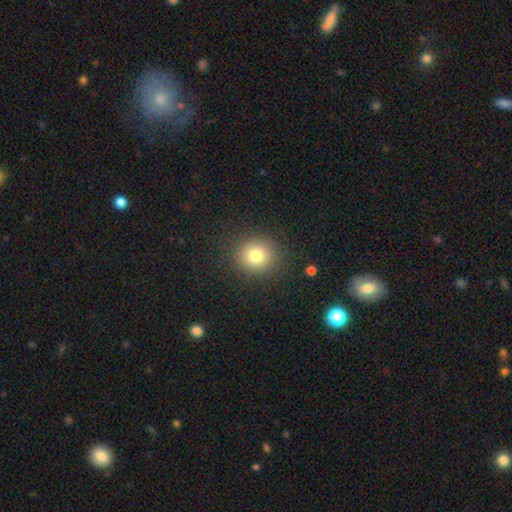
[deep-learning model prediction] smooth-or-featured: smooth: 79% | star or artifact: 13% | featured or disk: 8%
  how-rounded: round: 85% | in between: 14% | cigar-shaped: 1%
  merging: none: 88% | minor disturbance: 7% | major disturbance: 3% | merger: 1%